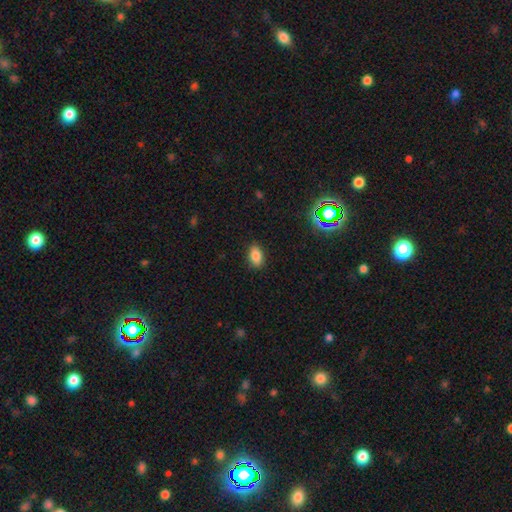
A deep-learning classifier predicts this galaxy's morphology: This is clearly a smooth galaxy (84%). How rounded: clearly in between (88%). Merging: clearly none (88%).